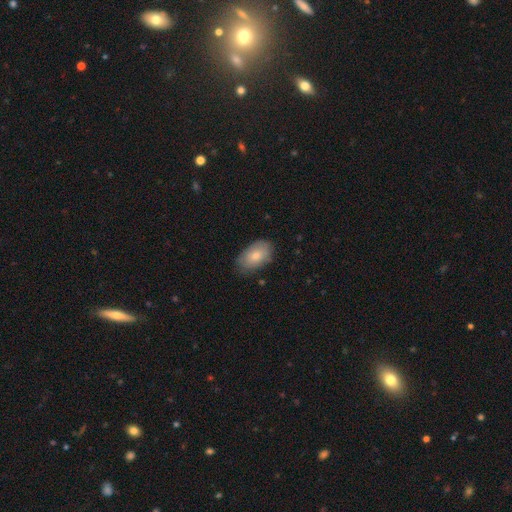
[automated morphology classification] Smooth or featured? Predicted: smooth (p=0.78). How rounded? Predicted: in between (p=0.93). Merging? Predicted: none (p=0.75).